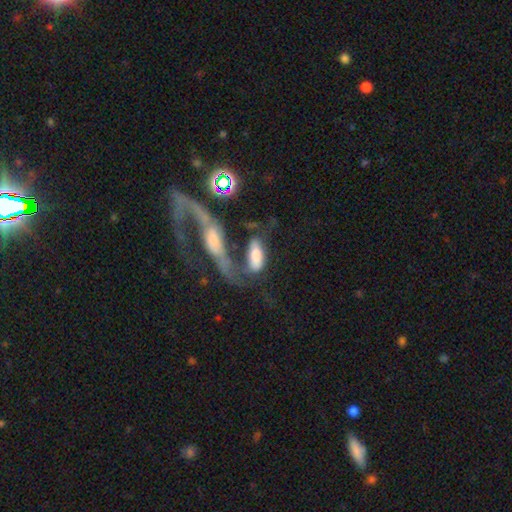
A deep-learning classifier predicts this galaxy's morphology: smooth-or-featured: smooth: 63% | featured or disk: 28% | star or artifact: 9%
  how-rounded: in between: 77% | cigar-shaped: 20% | round: 3%
  merging: merger: 44% | none: 22% | major disturbance: 21% | minor disturbance: 13%